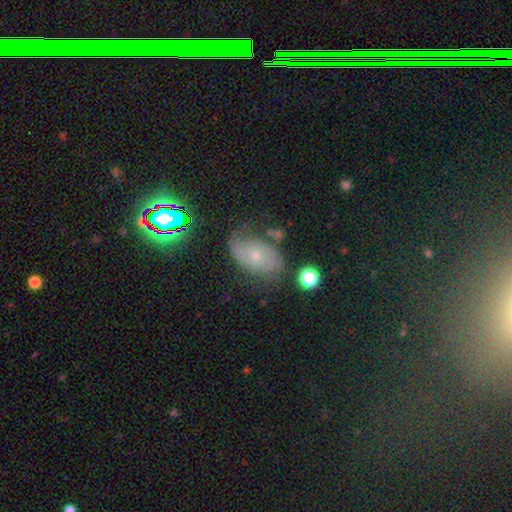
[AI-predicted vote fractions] Overall: featured or disk (44%; smooth 39%). Merging: none (56%; minor disturbance 27%).